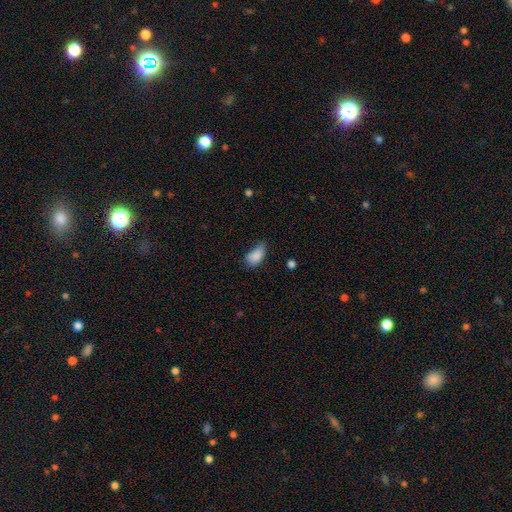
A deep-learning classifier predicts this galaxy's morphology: Overall: smooth (85%). How rounded: in between (91%). Merging: minor disturbance (41%; none 39%).